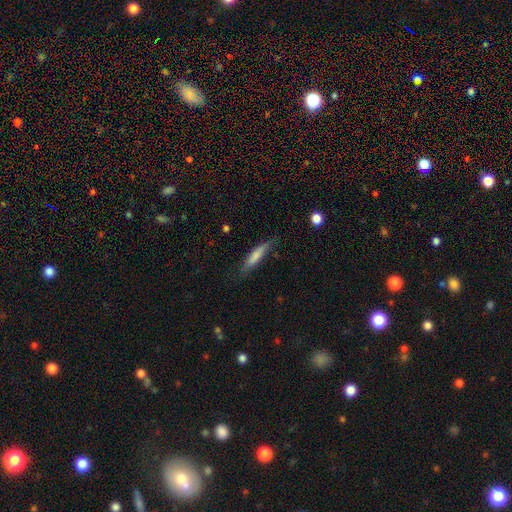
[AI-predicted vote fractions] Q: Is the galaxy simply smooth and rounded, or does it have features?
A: smooth — 72%.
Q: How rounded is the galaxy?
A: cigar-shaped — 82%.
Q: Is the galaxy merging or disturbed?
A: none — 74%.